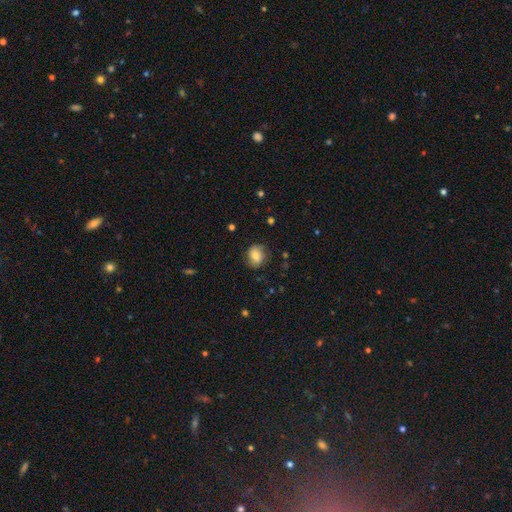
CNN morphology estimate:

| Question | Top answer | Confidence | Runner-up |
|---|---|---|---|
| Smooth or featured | smooth | 74% | featured or disk (17%) |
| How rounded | round | 58% | in between (41%) |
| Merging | none | 75% | minor disturbance (18%) |